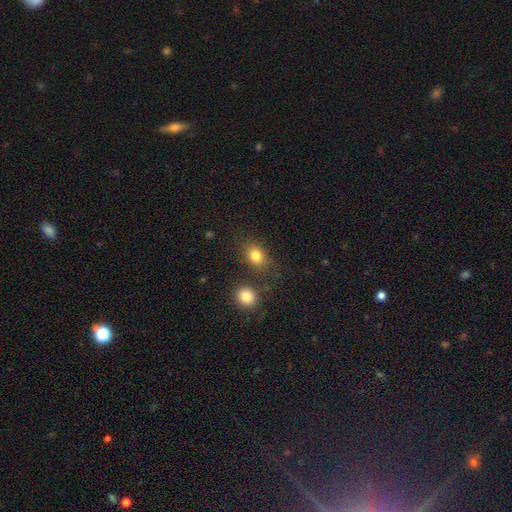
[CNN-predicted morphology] smooth 81%, star or artifact 12%, featured or disk 8%. Down the decision tree: how rounded — in between (58%); merging — none (73%).